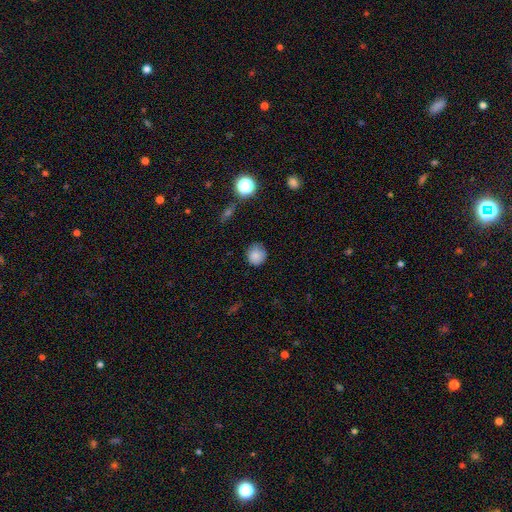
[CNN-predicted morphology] A smooth galaxy with no disk features (84%) that is round (85%). Merging: none (75%).